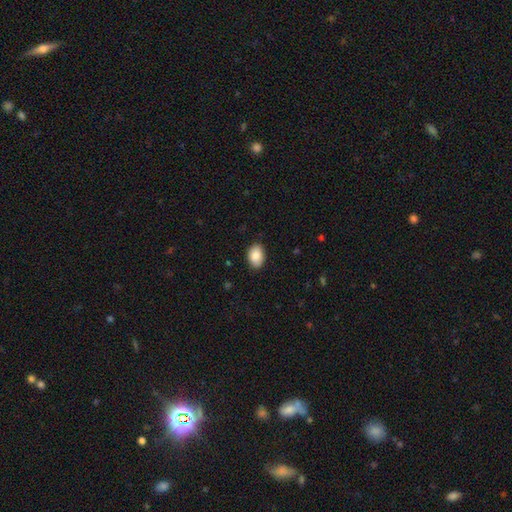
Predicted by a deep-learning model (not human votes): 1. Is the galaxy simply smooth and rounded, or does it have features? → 89% smooth, 7% star or artifact, 5% featured or disk.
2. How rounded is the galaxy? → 86% in between, 13% round, 1% cigar-shaped.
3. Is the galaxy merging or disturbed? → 87% none, 10% minor disturbance, 2% major disturbance, 1% merger.